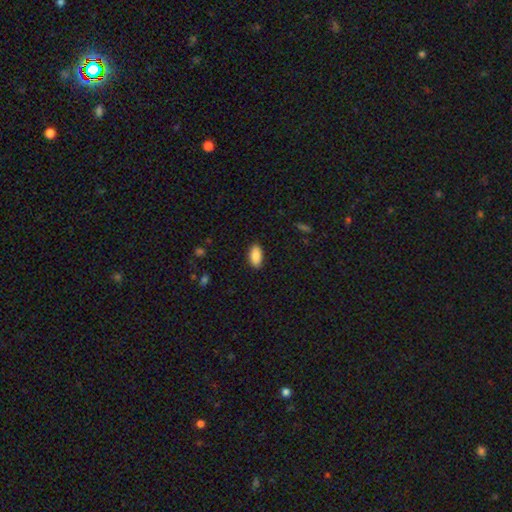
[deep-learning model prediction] smooth_or_featured: smooth (p=0.89) [alt: star or artifact p=0.07]
how_rounded: in between (p=0.92) [alt: cigar-shaped p=0.05]
merging: none (p=0.88) [alt: minor disturbance p=0.09]